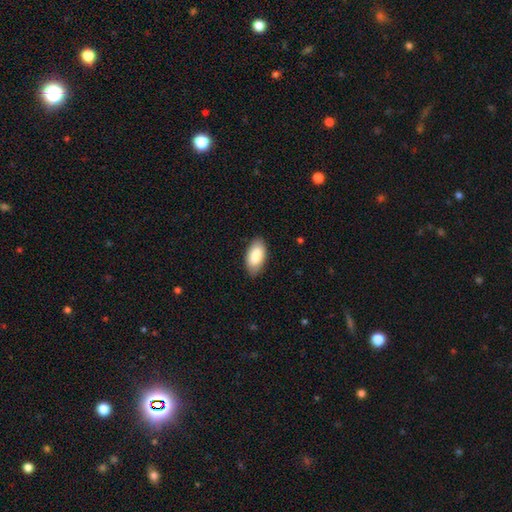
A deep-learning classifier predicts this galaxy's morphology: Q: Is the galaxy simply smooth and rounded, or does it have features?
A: smooth — 85%.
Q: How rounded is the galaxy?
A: in between — 95%.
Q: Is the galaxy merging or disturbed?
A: none — 84%.